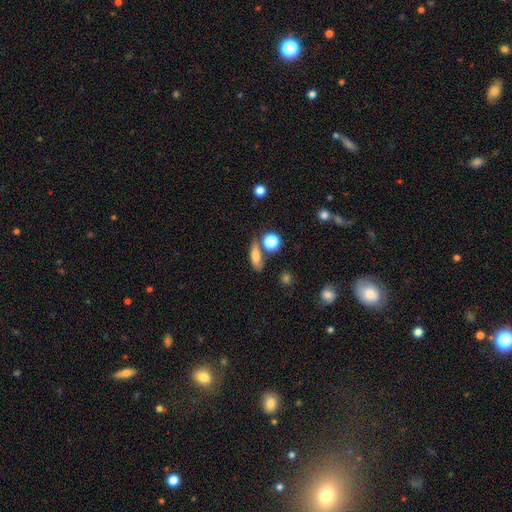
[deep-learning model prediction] The model was most divided on "how rounded": in between: 56%, cigar-shaped: 33%, round: 12%. More confident: smooth or featured — smooth (75%); merging — none (62%).